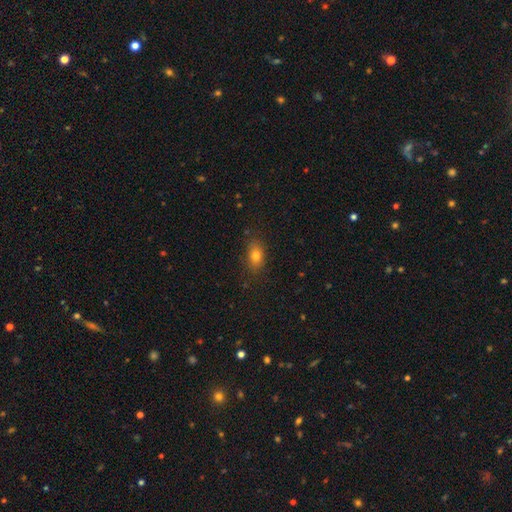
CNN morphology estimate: This is likely a smooth galaxy (78%). How rounded: clearly in between (80%). Merging: clearly none (82%).